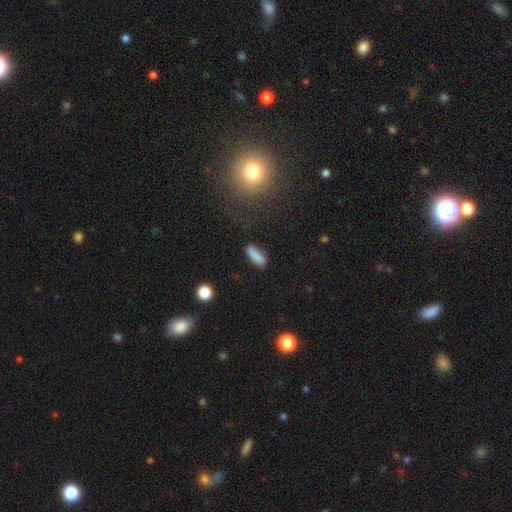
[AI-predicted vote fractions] Smooth or featured: smooth — 85% (star or artifact — 9%)
How rounded: cigar-shaped — 55% (in between — 42%)
Merging: none — 81% (minor disturbance — 14%)